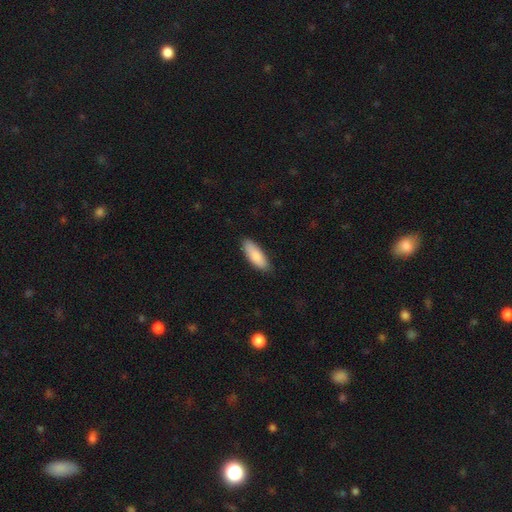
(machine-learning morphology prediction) Overall: smooth (86%). How rounded: in between (68%; cigar-shaped 31%). Merging: none (83%).